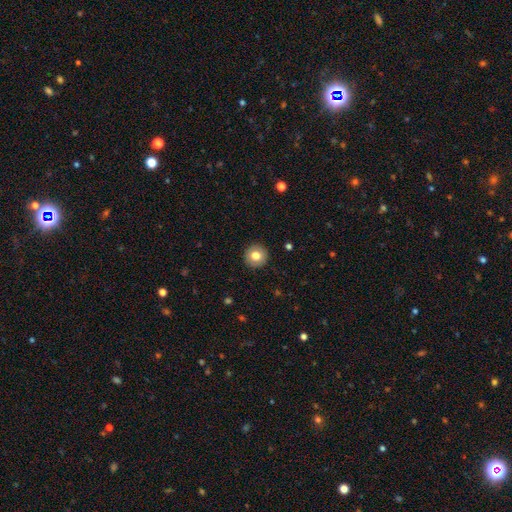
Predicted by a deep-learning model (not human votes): Smooth or featured: smooth — 80% (featured or disk — 12%)
How rounded: round — 95% (in between — 4%)
Merging: none — 92% (minor disturbance — 5%)